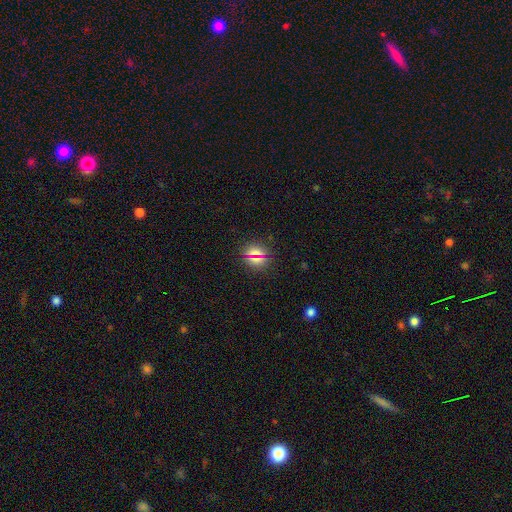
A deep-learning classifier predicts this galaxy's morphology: smooth 59%, star or artifact 31%, featured or disk 10%. Down the decision tree: how rounded — round (79%); merging — none (85%).